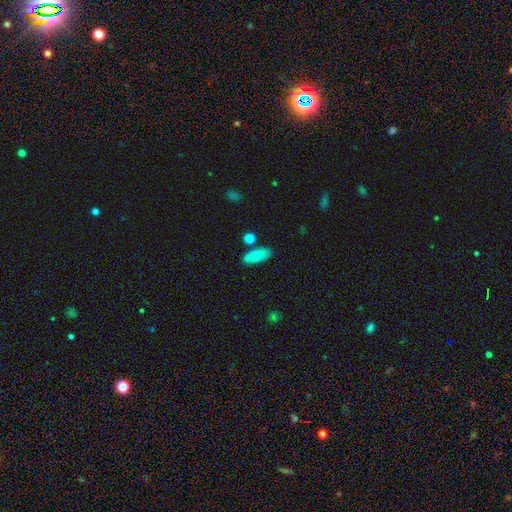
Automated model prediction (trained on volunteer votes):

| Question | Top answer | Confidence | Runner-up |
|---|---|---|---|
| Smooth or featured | smooth | 83% | featured or disk (10%) |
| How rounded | in between | 83% | cigar-shaped (14%) |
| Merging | none | 74% | minor disturbance (15%) |